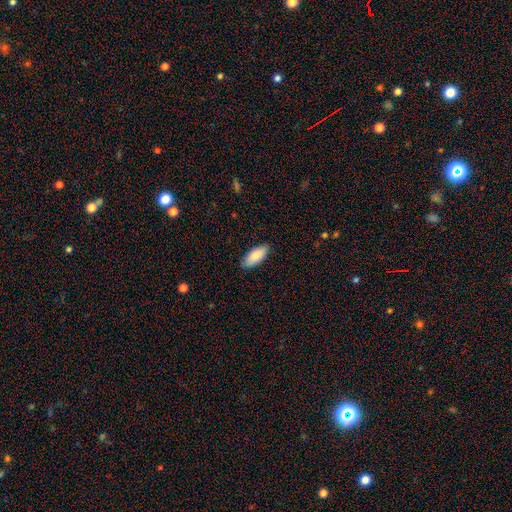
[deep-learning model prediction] Overall: smooth (84%). How rounded: in between (85%). Merging: none (86%).